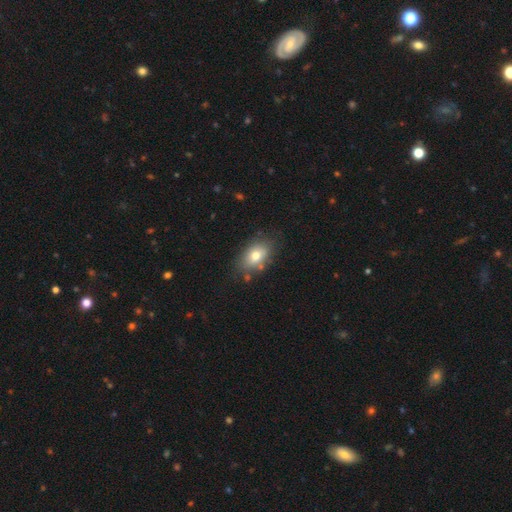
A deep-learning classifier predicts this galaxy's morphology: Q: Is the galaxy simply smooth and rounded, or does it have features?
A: smooth — 74%.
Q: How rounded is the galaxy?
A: in between — 85%.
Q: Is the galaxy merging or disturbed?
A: none — 75%.